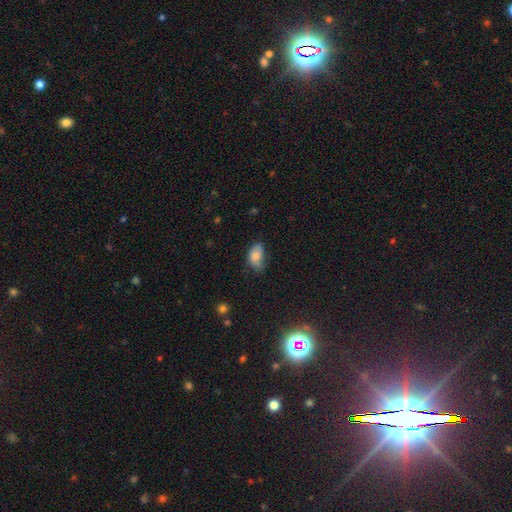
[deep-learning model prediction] This appears to be a smooth galaxy with no disk features (77%) that is in between round and cigar-shaped (91%). Merging: none (45%).